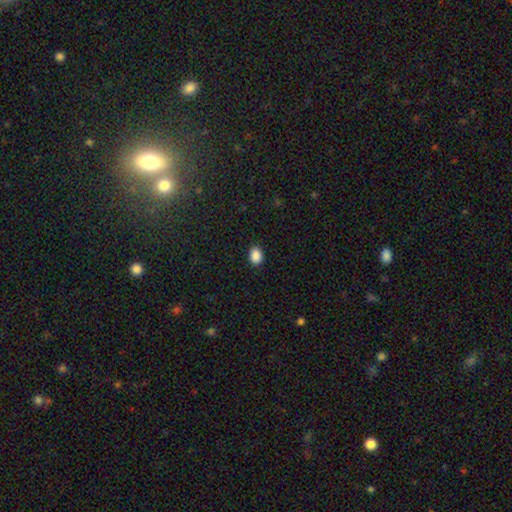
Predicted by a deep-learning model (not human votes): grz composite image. It shows a smooth galaxy with no disk features (89%) that is in between round and cigar-shaped (66%). Merging: none (90%).